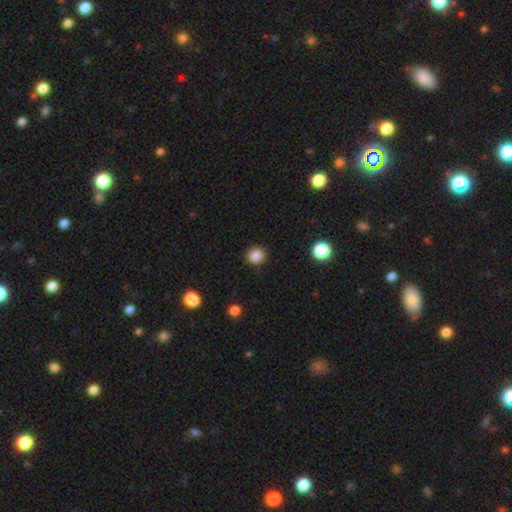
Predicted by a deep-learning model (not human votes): Smooth or featured? Predicted: smooth (p=0.85). How rounded? Predicted: round (p=0.90). Merging? Predicted: none (p=0.91).